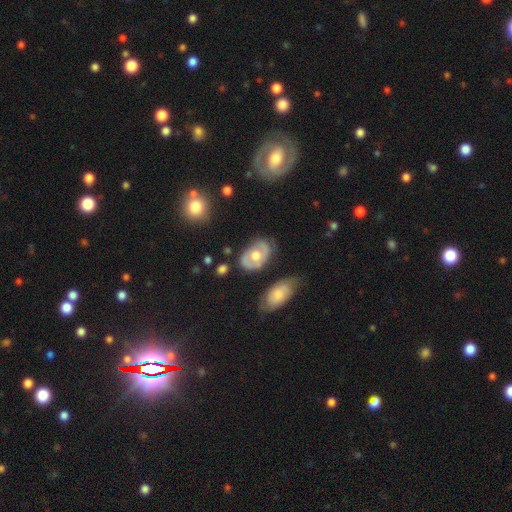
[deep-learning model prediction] Q: Smooth or featured?
A: featured or disk (57%); runner-up: smooth (37%)
Q: Edge-on disk?
A: no (93%); runner-up: yes (7%)
Q: Bar?
A: no (79%); runner-up: weak (17%)
Q: Spiral arms?
A: no (52%); runner-up: yes (48%)
Q: Bulge size?
A: moderate (70%); runner-up: large (18%)
Q: Merging?
A: none (65%); runner-up: minor disturbance (22%)